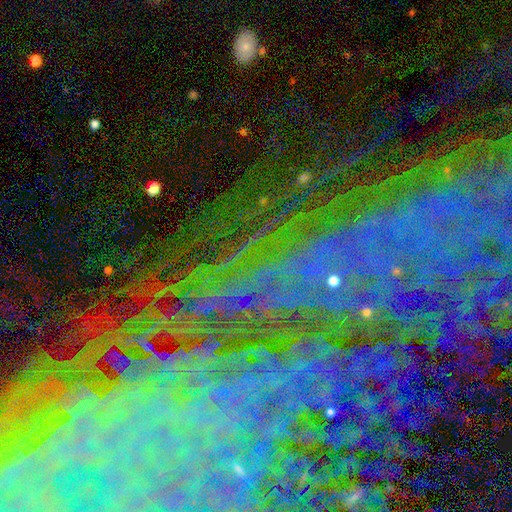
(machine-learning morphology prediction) smooth-or-featured: star or artifact: 73% | featured or disk: 17% | smooth: 10%